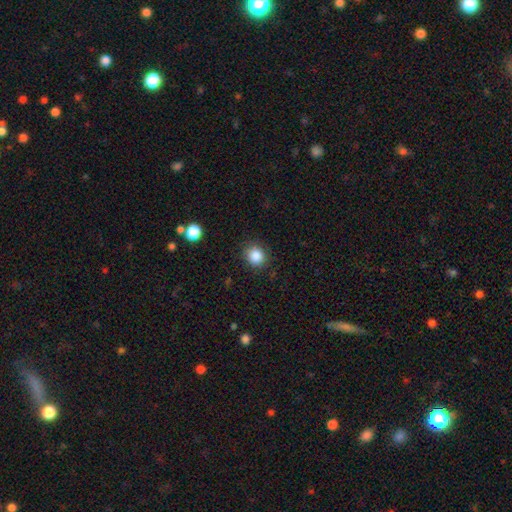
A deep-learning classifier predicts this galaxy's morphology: Smooth or featured?
  - smooth: 86% *
  - star or artifact: 10%
  - featured or disk: 4%
How rounded?
  - round: 84% *
  - in between: 15%
  - cigar-shaped: 1%
Merging?
  - none: 85% *
  - minor disturbance: 10%
  - major disturbance: 3%
  - merger: 1%